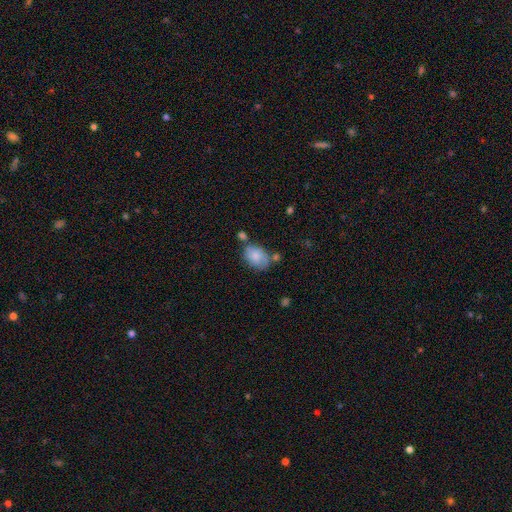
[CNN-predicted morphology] type=smooth (76%); roundness=in between (81%); merging=none (51%).